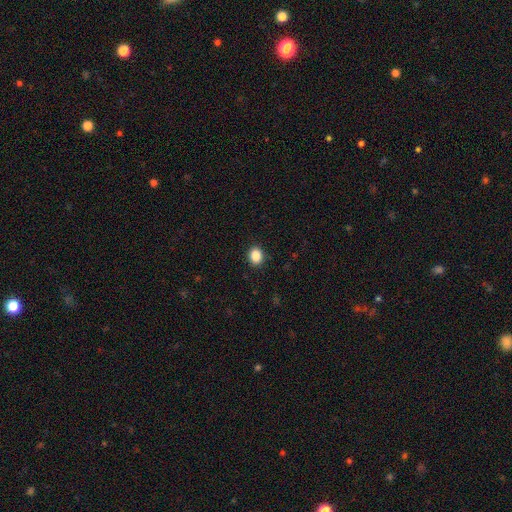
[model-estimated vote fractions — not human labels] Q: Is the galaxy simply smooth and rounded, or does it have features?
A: smooth — 87%.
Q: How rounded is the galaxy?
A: round — 53%.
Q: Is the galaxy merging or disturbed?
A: none — 91%.